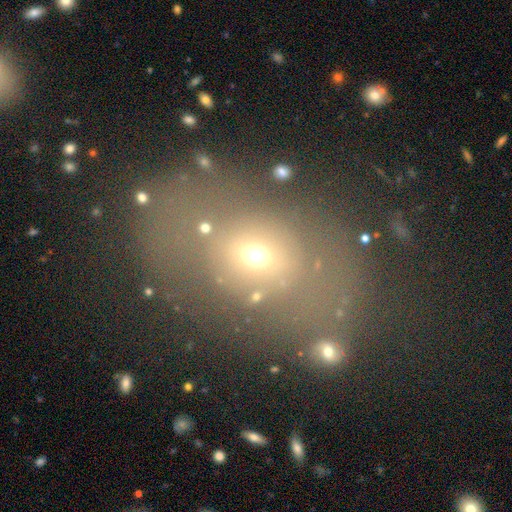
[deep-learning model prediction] smooth_or_featured: smooth (p=0.62) [alt: star or artifact p=0.22]
how_rounded: round (p=0.57) [alt: in between p=0.40]
merging: none (p=0.61) [alt: merger p=0.15]